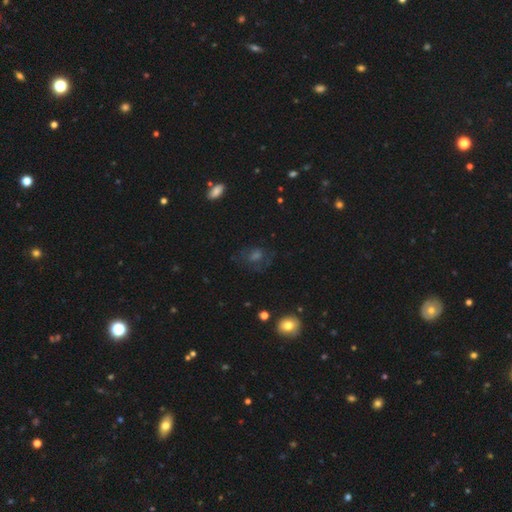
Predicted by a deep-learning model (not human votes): Q: Smooth or featured?
A: smooth (36%); runner-up: featured or disk (34%)
Q: Merging?
A: none (65%); runner-up: minor disturbance (18%)